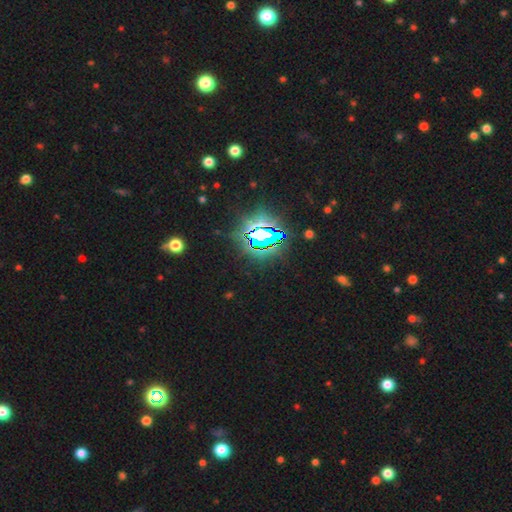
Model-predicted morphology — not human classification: A star or artifact, not a galaxy (82%).

Vote fractions:
- Smooth or featured? star or artifact: 82% / smooth: 10% / featured or disk: 8%